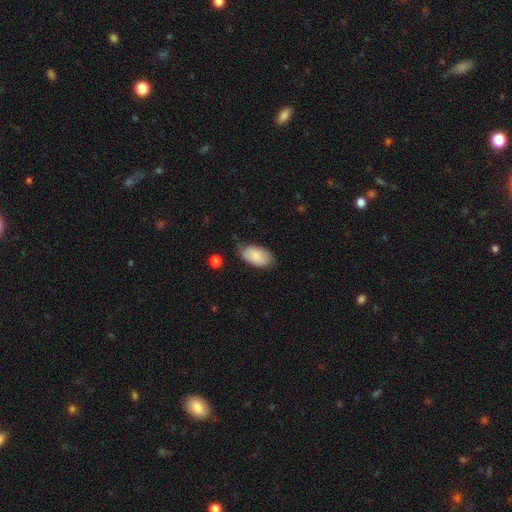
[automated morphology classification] This appears to be a smooth galaxy with no disk features (86%) that is in between round and cigar-shaped (95%). Merging: none (70%).